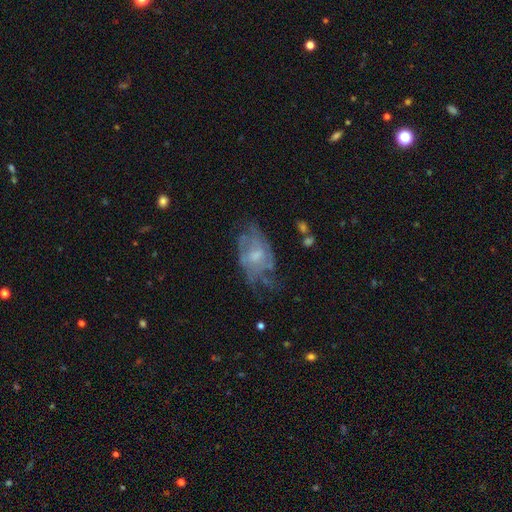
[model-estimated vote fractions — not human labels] A featured or disk galaxy (66%) with no bar (67%), spiral arms (60%) and a moderate central bulge (48%).

Vote fractions:
- Smooth or featured? featured or disk: 66% / smooth: 25% / star or artifact: 8%
- Edge-on disk? no: 95% / yes: 5%
- Bar? no: 67% / weak: 29% / strong: 4%
- Spiral arms? yes: 60% / no: 40%
- Bulge size? moderate: 48% / small: 32% / none: 12% / large: 6% / dominant: 1%
- Merging? none: 45% / minor disturbance: 28% / major disturbance: 24% / merger: 3%